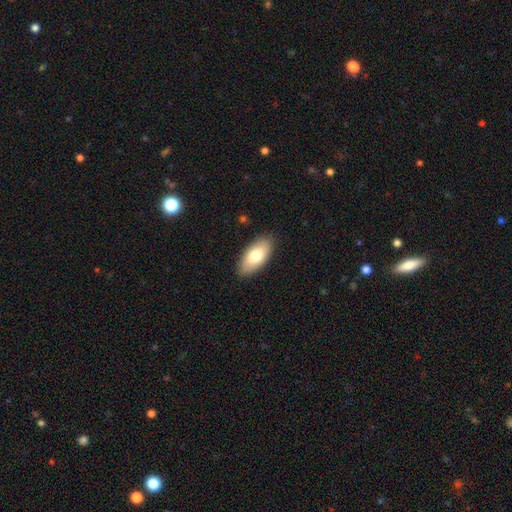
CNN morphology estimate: type=smooth (76%); roundness=in between (92%); merging=none (88%).